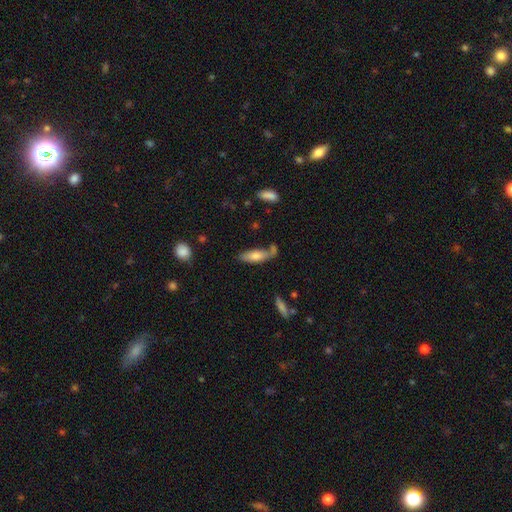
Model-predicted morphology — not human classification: type=smooth (69%); roundness=in between (55%); merging=none (53%).